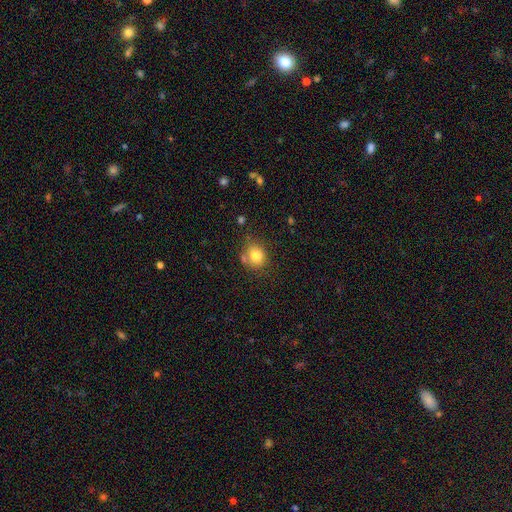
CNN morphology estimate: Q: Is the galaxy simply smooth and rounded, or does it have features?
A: smooth — 80%.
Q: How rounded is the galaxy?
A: round — 75%.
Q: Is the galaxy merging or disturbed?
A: none — 68%.